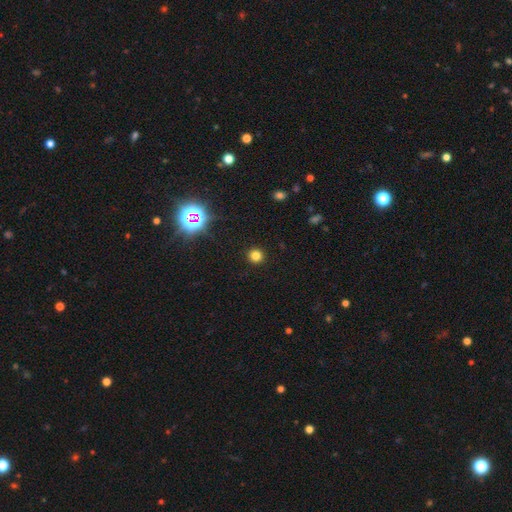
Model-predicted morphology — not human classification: smooth 78%, star or artifact 18%, featured or disk 5%. Down the decision tree: how rounded — round (94%); merging — none (92%).